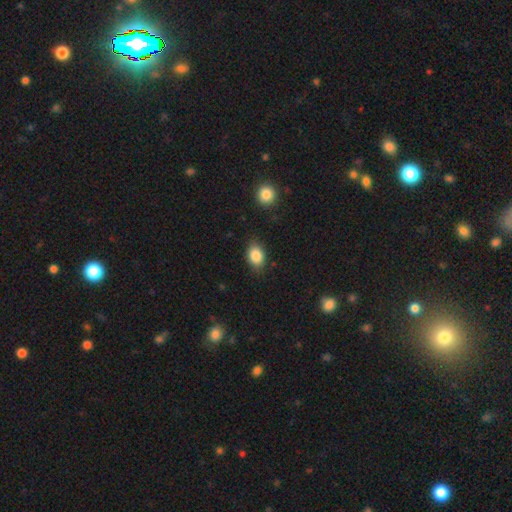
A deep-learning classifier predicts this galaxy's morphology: Q: Smooth or featured?
A: smooth (86%); runner-up: star or artifact (8%)
Q: How rounded?
A: in between (75%); runner-up: round (23%)
Q: Merging?
A: none (83%); runner-up: minor disturbance (13%)